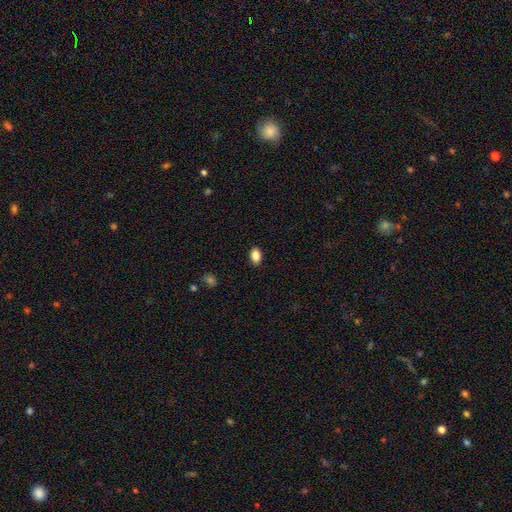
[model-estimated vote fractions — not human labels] This appears to be a smooth galaxy with no disk features (87%) that is in between round and cigar-shaped (87%). Merging: none (89%).